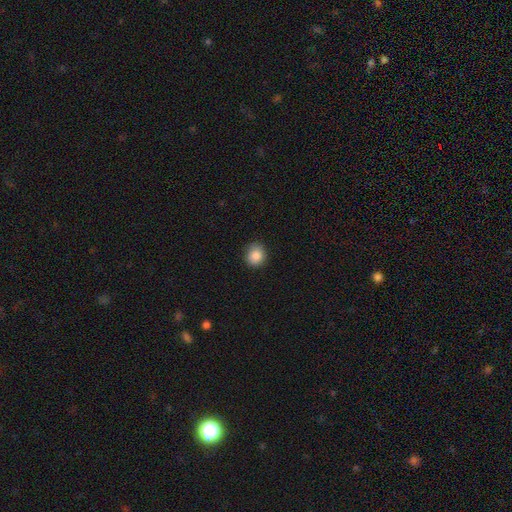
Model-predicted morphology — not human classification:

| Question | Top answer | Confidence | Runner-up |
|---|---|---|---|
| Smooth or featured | smooth | 86% | star or artifact (9%) |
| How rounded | round | 80% | in between (19%) |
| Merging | none | 85% | minor disturbance (12%) |